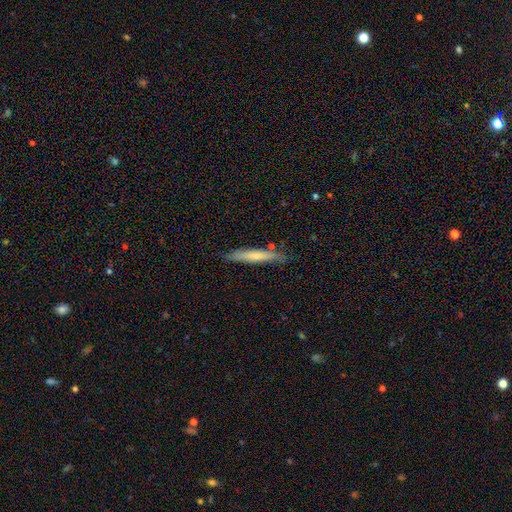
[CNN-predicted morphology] A smooth galaxy with no disk features (65%) that is cigar-shaped (94%). Merging: none (82%).